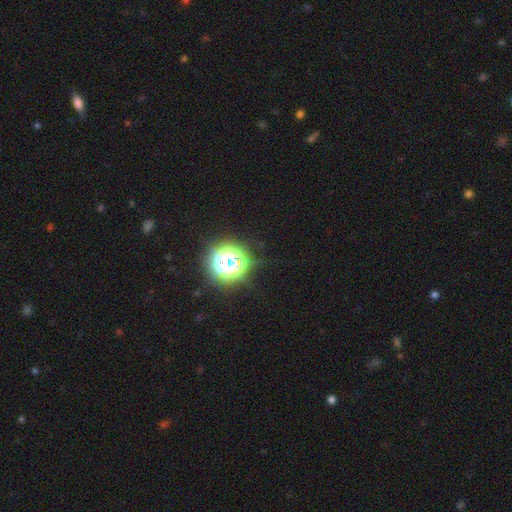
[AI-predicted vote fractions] This appears to be a star or artifact, not a galaxy (83%).